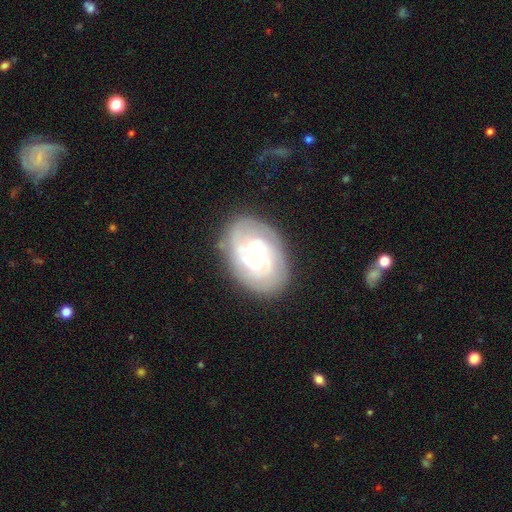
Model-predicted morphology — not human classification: type=featured or disk (79%); edge-on=no (97%); bar=no (68%); spiral arms=yes (94%); winding=tight (68%); arm count=can't tell (30%); bulge=small (57%); merging=none (80%).